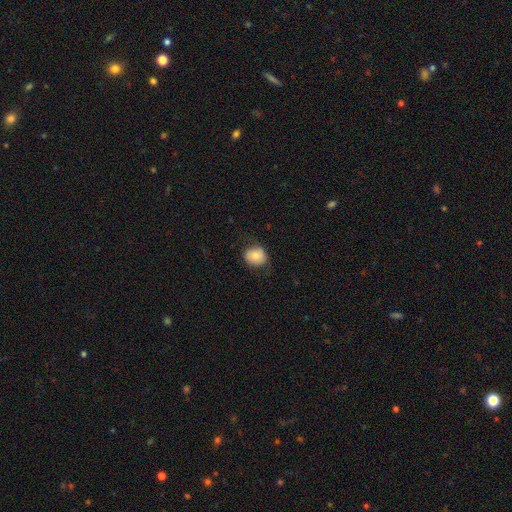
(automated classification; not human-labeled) A smooth galaxy with no disk features (76%) that is round (60%). Merging: none (71%).